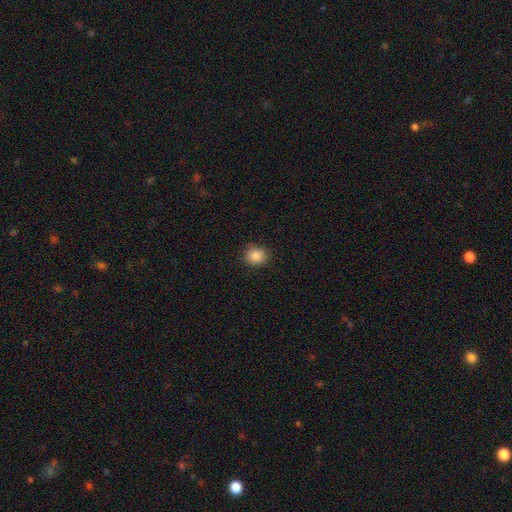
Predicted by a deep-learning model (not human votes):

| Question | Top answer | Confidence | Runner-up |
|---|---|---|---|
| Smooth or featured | smooth | 87% | star or artifact (10%) |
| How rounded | round | 71% | in between (29%) |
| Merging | none | 88% | minor disturbance (8%) |